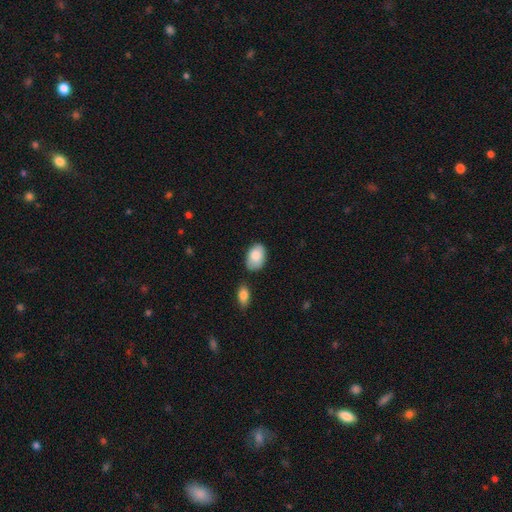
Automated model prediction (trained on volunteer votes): This appears to be a smooth galaxy with no disk features (86%) that is in between round and cigar-shaped (89%). Merging: none (68%).